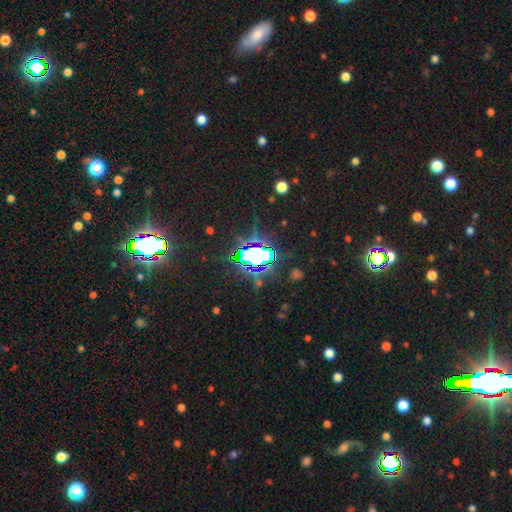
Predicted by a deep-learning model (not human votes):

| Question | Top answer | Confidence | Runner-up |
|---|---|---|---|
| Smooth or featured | star or artifact | 73% | smooth (17%) |